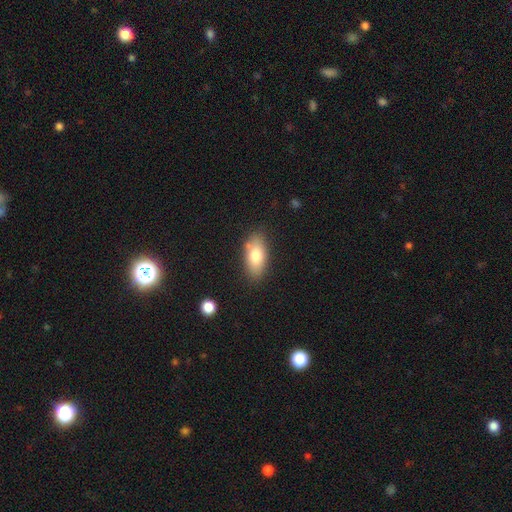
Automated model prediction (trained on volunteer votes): Smooth or featured: smooth — 75% (featured or disk — 18%)
How rounded: in between — 88% (cigar-shaped — 7%)
Merging: none — 78% (minor disturbance — 14%)